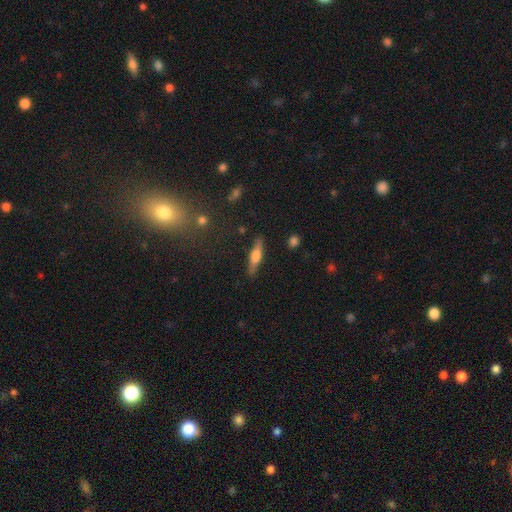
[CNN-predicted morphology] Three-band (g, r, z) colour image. It shows a featured or disk galaxy (48%). Merging: none (87%).